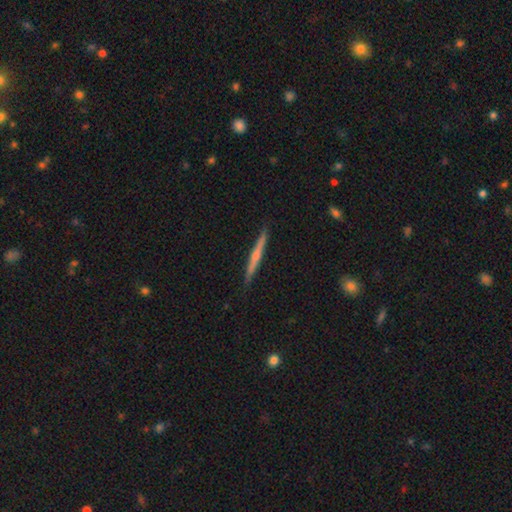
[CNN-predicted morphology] This appears to be a featured or disk galaxy (61%) viewed edge-on (97%) with a rounded central bulge (59%). Merging: none (89%).